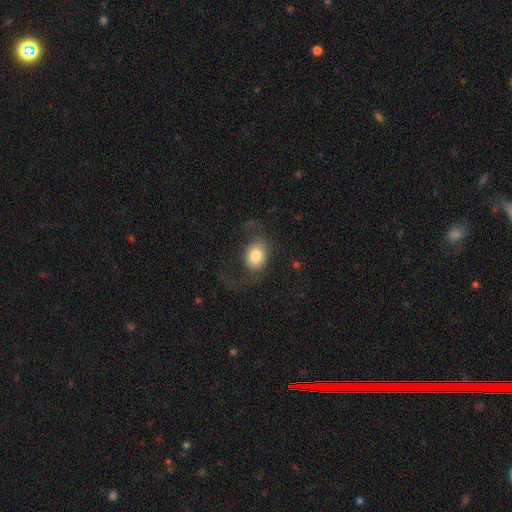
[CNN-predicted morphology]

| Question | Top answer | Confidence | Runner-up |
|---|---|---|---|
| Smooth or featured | smooth | 73% | featured or disk (20%) |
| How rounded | in between | 52% | round (47%) |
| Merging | none | 47% | major disturbance (33%) |